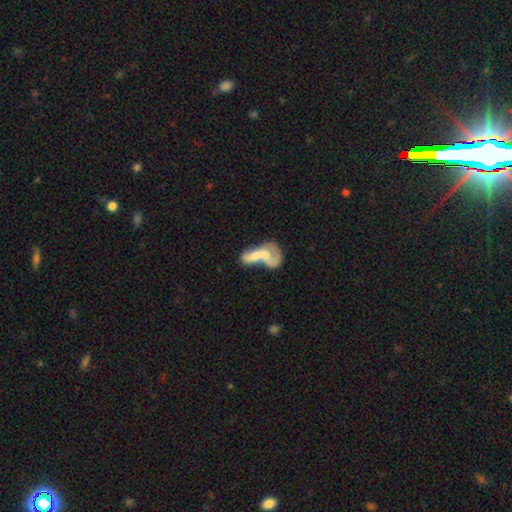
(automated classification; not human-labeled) Smooth or featured? featured or disk (48%)
Merging? merger (77%)